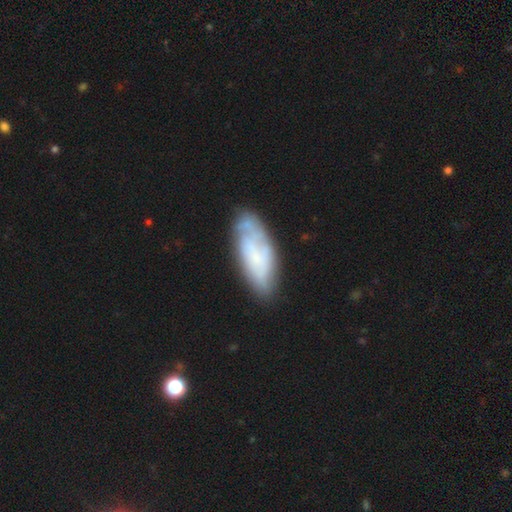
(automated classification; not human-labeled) The model was most divided on "smooth or featured": smooth: 48%, featured or disk: 45%, star or artifact: 8%. More confident: merging — none (65%).